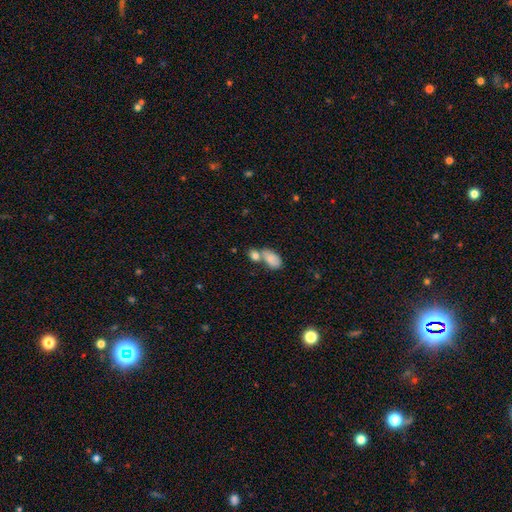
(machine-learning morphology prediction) This is clearly a smooth galaxy (81%). How rounded: likely in between (77%). Merging: possibly merger (54%).